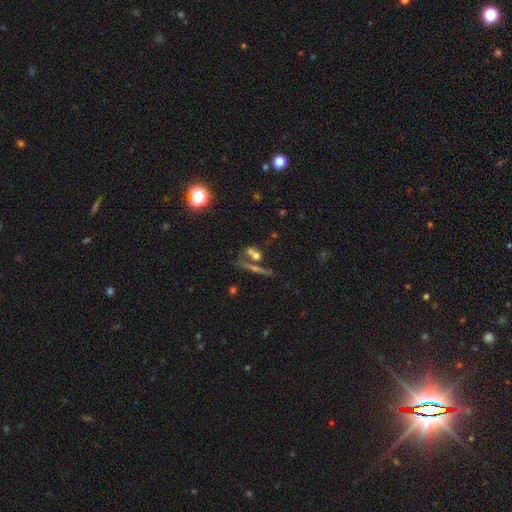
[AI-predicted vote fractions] smooth_or_featured: featured or disk (p=0.44) [alt: smooth p=0.40]
merging: none (p=0.49) [alt: merger p=0.33]